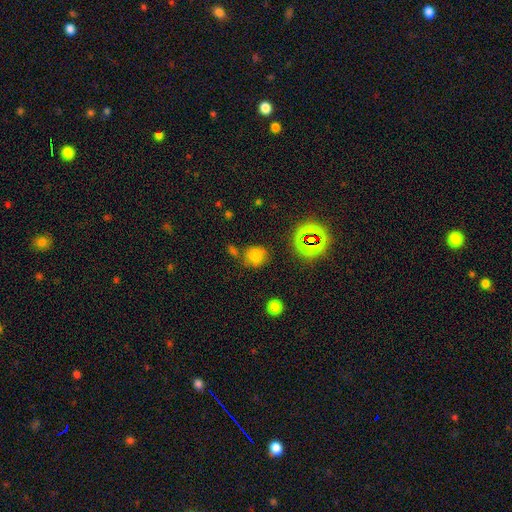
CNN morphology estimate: smooth_or_featured: smooth (p=0.69) [alt: star or artifact p=0.23]
how_rounded: round (p=0.78) [alt: in between p=0.21]
merging: none (p=0.69) [alt: minor disturbance p=0.16]